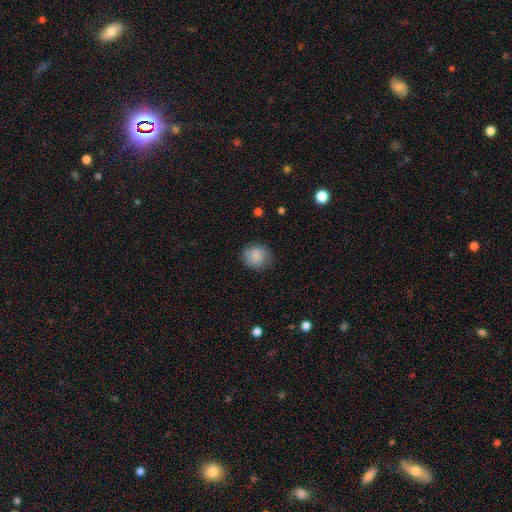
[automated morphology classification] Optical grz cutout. It shows a smooth galaxy with no disk features (81%) that is round (74%). Merging: none (78%).